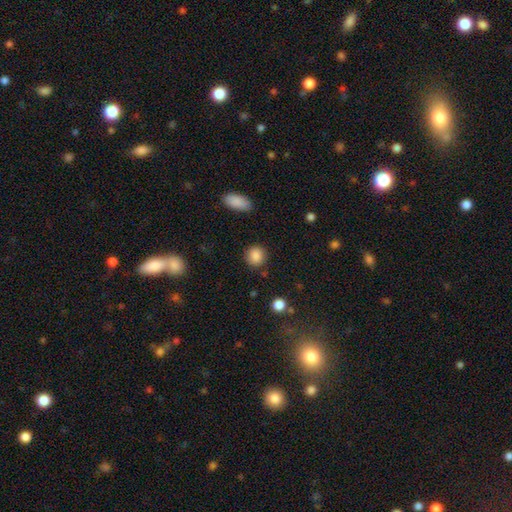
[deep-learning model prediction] A smooth galaxy with no disk features (87%) that is round (86%). Merging: none (87%).